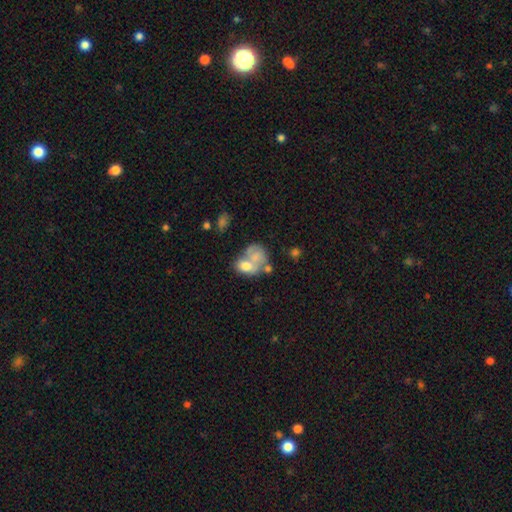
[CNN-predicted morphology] smooth_or_featured: smooth (p=0.59) [alt: featured or disk p=0.32]
how_rounded: in between (p=0.59) [alt: round p=0.40]
merging: merger (p=0.53) [alt: none p=0.21]